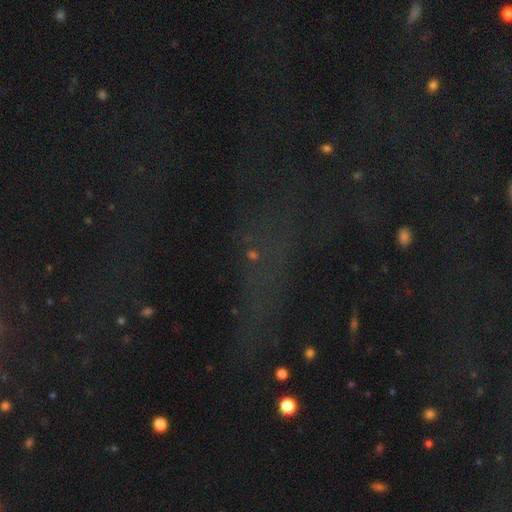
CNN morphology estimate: The model was most divided on "smooth or featured": star or artifact: 57%, smooth: 25%, featured or disk: 18%.